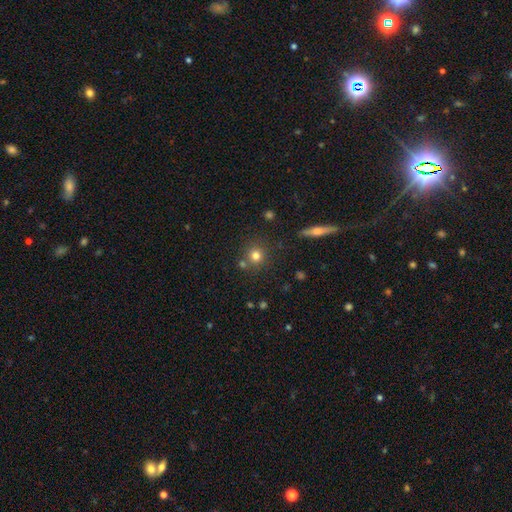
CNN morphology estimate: smooth_or_featured: smooth (p=0.75) [alt: star or artifact p=0.15]
how_rounded: round (p=0.92) [alt: in between p=0.07]
merging: none (p=0.76) [alt: merger p=0.12]